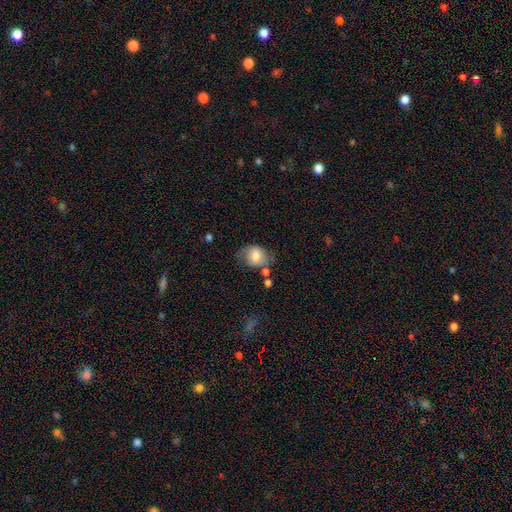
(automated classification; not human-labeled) Q: Smooth or featured?
A: smooth (71%); runner-up: featured or disk (21%)
Q: How rounded?
A: in between (55%); runner-up: round (44%)
Q: Merging?
A: none (52%); runner-up: minor disturbance (28%)